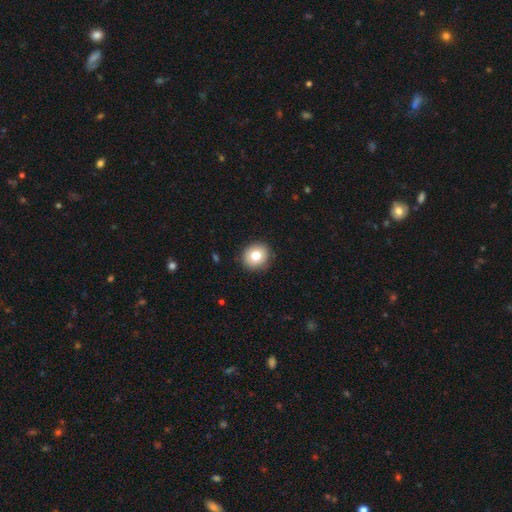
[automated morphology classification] A smooth galaxy with no disk features (78%) that is round (85%). Merging: none (90%).